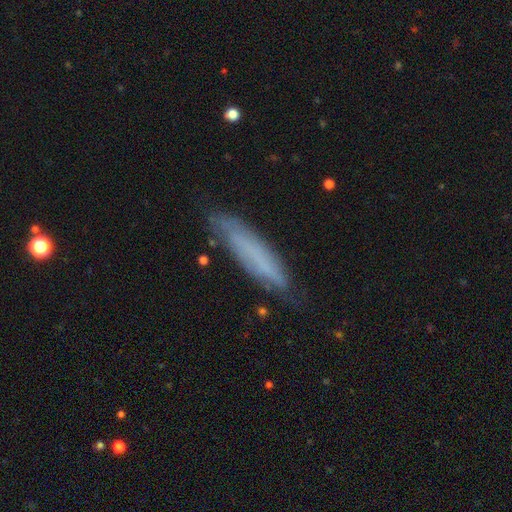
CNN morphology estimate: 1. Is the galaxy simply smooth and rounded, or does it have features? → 57% smooth, 34% featured or disk, 9% star or artifact.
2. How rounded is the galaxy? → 82% cigar-shaped, 17% in between, 2% round.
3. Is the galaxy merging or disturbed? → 74% none, 19% minor disturbance, 5% major disturbance, 2% merger.